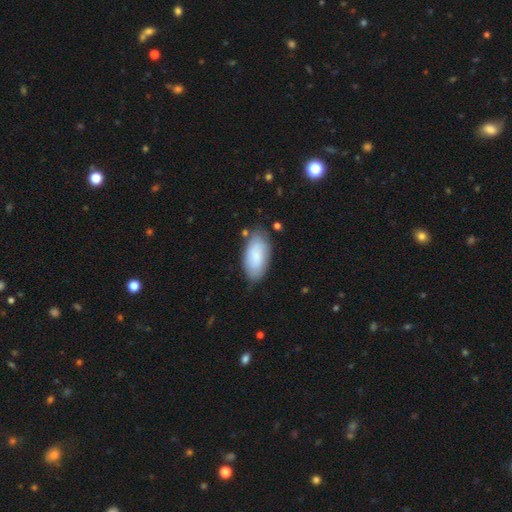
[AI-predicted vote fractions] smooth 78%, featured or disk 16%, star or artifact 6%. Down the decision tree: how rounded — in between (93%); merging — none (75%).